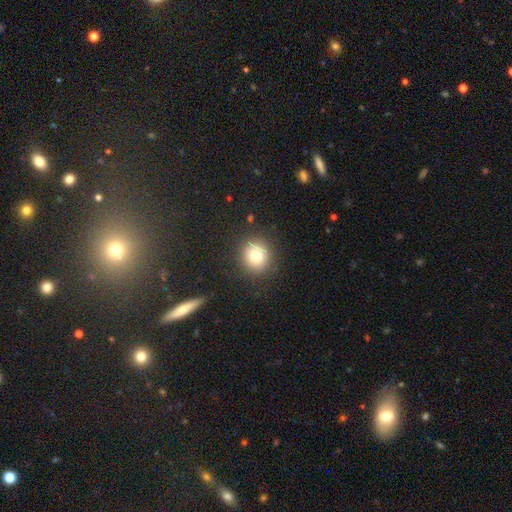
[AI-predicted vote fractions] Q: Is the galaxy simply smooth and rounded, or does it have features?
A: smooth — 78%.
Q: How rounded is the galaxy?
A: round — 87%.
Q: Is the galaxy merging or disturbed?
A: none — 87%.